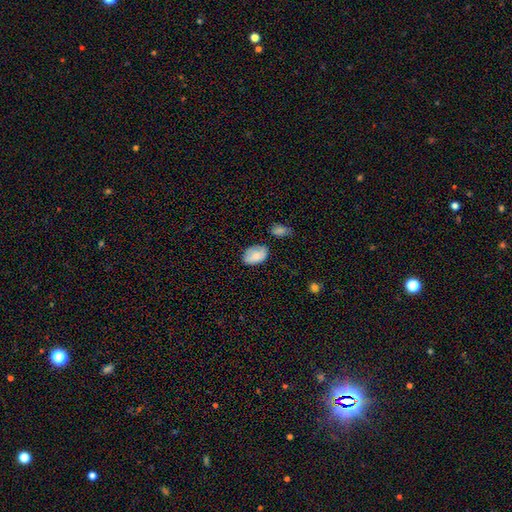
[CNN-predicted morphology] Smooth or featured? Predicted: smooth (p=0.83). How rounded? Predicted: in between (p=0.89). Merging? Predicted: none (p=0.65).